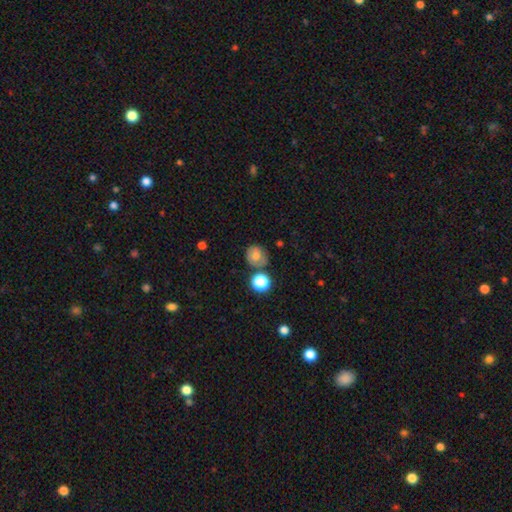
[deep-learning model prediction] A smooth galaxy with no disk features (68%) that is round (83%).

Vote fractions:
- Smooth or featured? smooth: 68% / featured or disk: 19% / star or artifact: 13%
- How rounded? round: 83% / in between: 16% / cigar-shaped: 1%
- Merging? none: 70% / minor disturbance: 15% / merger: 11% / major disturbance: 4%